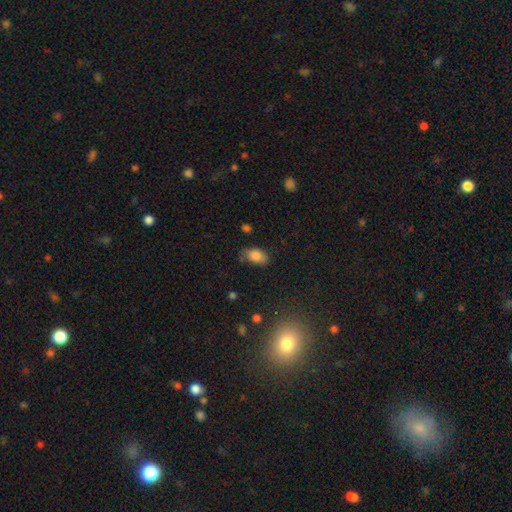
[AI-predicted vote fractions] This appears to be a smooth galaxy with no disk features (84%) that is in between round and cigar-shaped (90%). Merging: none (69%).